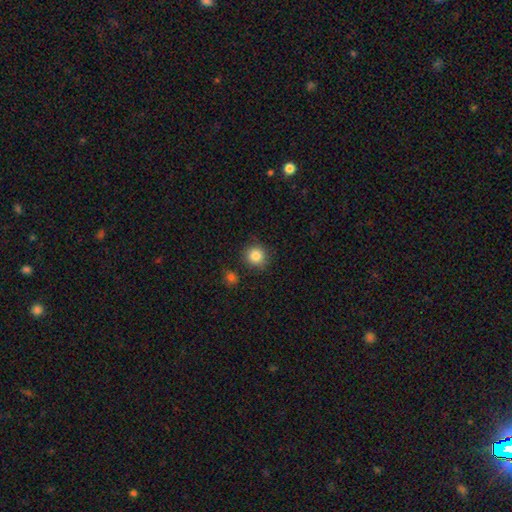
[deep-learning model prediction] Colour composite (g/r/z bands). It shows a smooth galaxy with no disk features (84%) that is round (92%). Merging: none (86%).